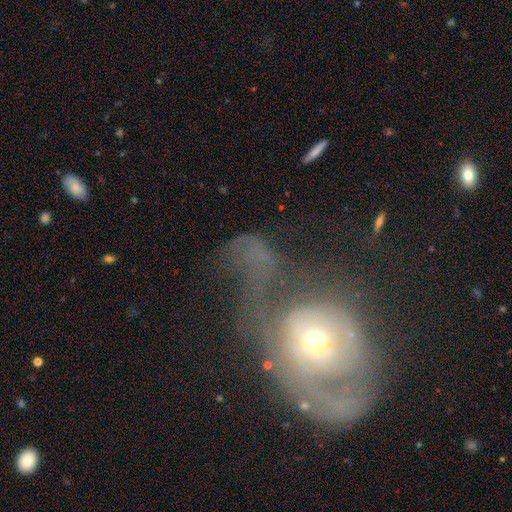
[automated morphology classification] A featured or disk galaxy (45%). Merging: major disturbance (52%).